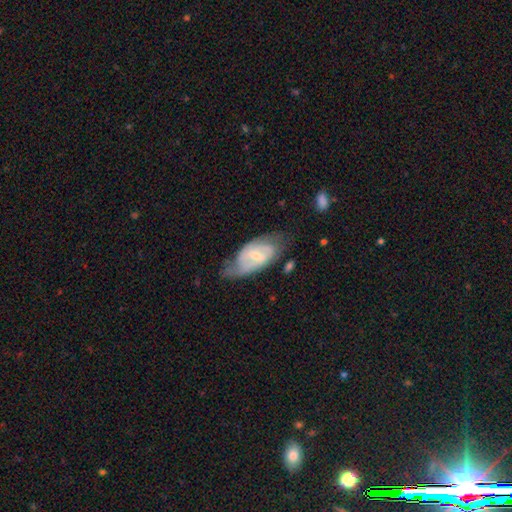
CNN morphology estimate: Smooth or featured?
  - featured or disk: 72% *
  - smooth: 22%
  - star or artifact: 6%
Edge-on disk?
  - no: 94% *
  - yes: 6%
Bar?
  - weak: 54% *
  - strong: 25%
  - no: 22%
Spiral arms?
  - yes: 85% *
  - no: 15%
Spiral winding?
  - medium: 46% *
  - tight: 32%
  - loose: 22%
Spiral arm count?
  - 2: 72% *
  - can't tell: 17%
  - 1: 5%
  - 3: 3%
  - 4: 1%
  - more than 4: 1%
Bulge size?
  - small: 54% *
  - moderate: 38%
  - none: 4%
  - large: 2%
  - dominant: 1%
Merging?
  - none: 52% *
  - minor disturbance: 31%
  - major disturbance: 15%
  - merger: 3%